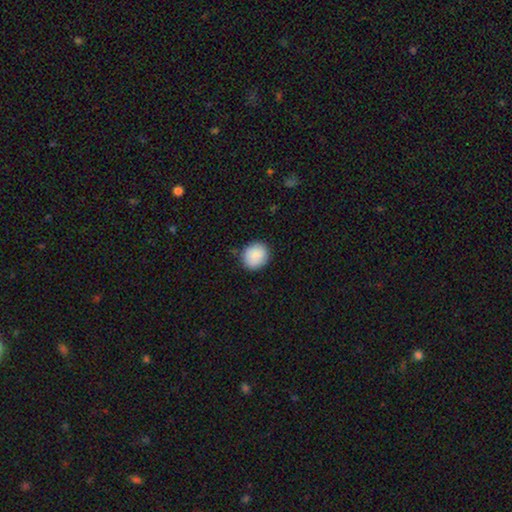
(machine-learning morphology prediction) A smooth galaxy with no disk features (89%) that is round (79%). Merging: none (86%).